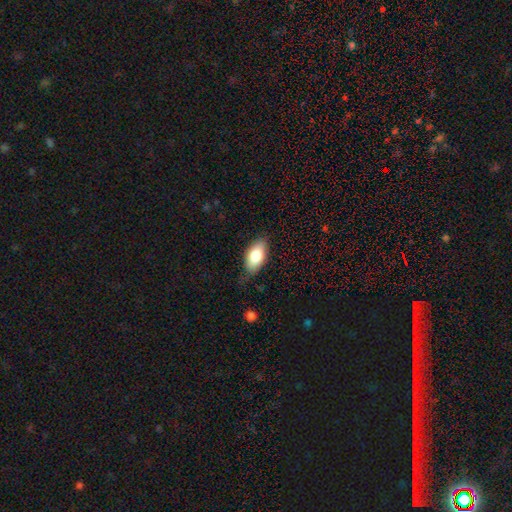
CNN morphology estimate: smooth_or_featured: smooth (p=0.80) [alt: featured or disk p=0.14]
how_rounded: in between (p=0.92) [alt: cigar-shaped p=0.05]
merging: none (p=0.75) [alt: minor disturbance p=0.20]